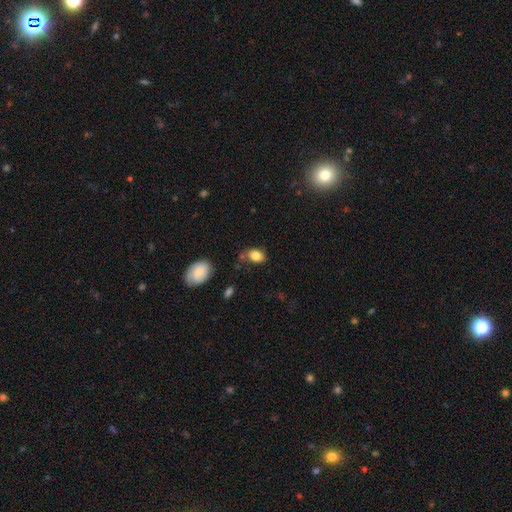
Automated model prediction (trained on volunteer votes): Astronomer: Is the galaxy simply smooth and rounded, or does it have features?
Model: smooth — 84%.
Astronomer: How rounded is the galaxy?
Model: in between — 81%.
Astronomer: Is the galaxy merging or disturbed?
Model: none — 67%.